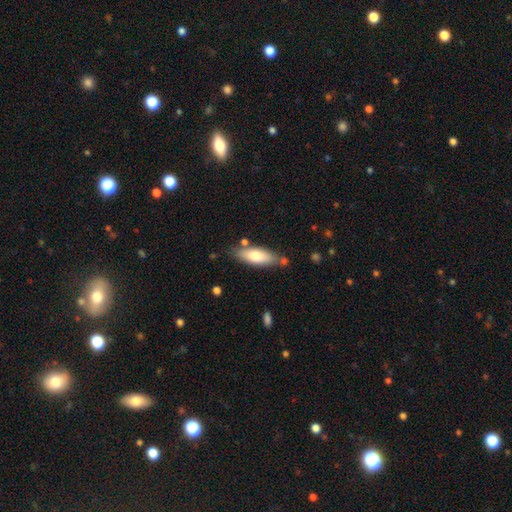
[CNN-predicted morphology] type=smooth (71%); roundness=in between (60%); merging=none (73%).